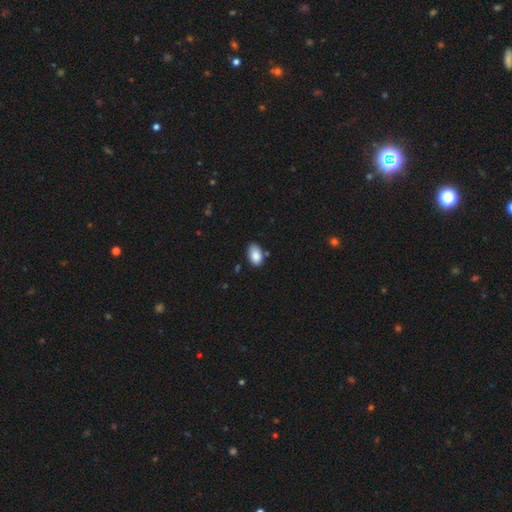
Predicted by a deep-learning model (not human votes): Q: Smooth or featured?
A: smooth (87%); runner-up: star or artifact (7%)
Q: How rounded?
A: in between (92%); runner-up: round (6%)
Q: Merging?
A: none (73%); runner-up: minor disturbance (19%)